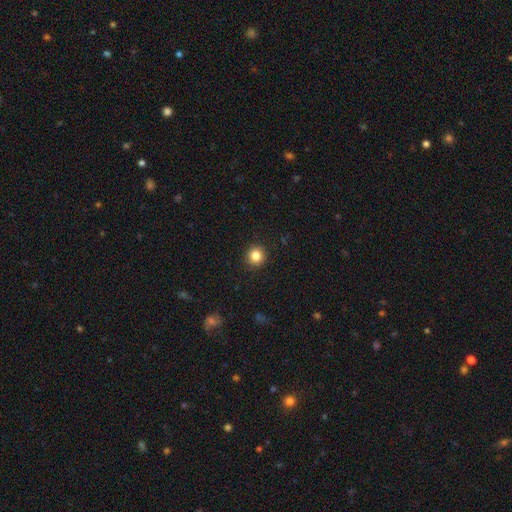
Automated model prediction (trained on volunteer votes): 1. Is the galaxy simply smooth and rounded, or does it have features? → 84% smooth, 11% star or artifact, 5% featured or disk.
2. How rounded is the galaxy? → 94% round, 5% in between, 1% cigar-shaped.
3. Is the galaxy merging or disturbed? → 92% none, 5% minor disturbance, 2% major disturbance, 1% merger.